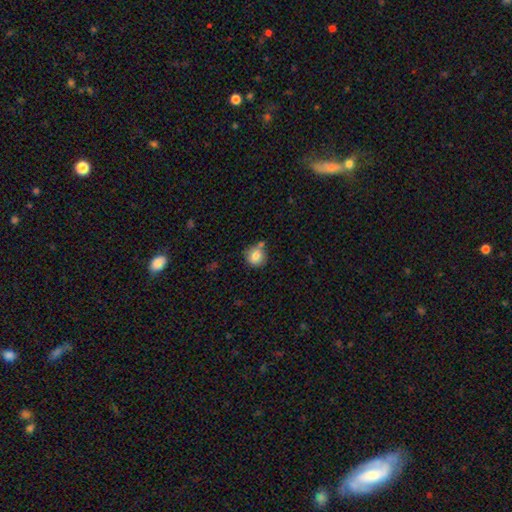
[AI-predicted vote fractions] Overall: smooth (80%). How rounded: round (85%). Merging: none (66%).